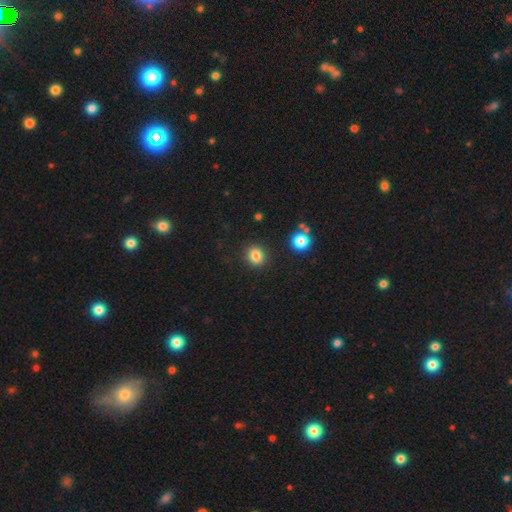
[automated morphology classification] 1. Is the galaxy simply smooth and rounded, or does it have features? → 83% smooth, 12% star or artifact, 5% featured or disk.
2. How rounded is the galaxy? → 77% round, 22% in between, 1% cigar-shaped.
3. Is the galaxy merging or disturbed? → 88% none, 7% minor disturbance, 2% major disturbance, 2% merger.